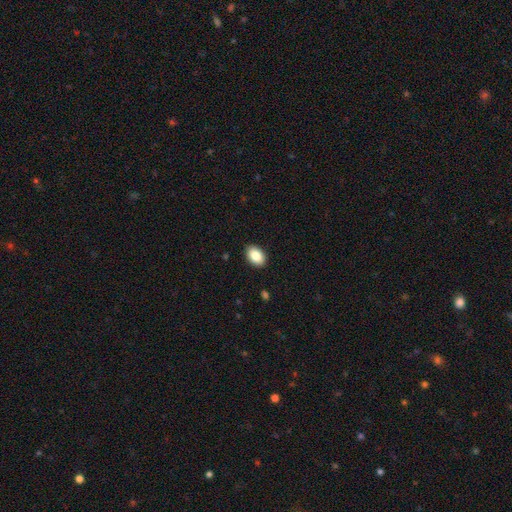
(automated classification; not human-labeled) smooth-or-featured: smooth: 87% | star or artifact: 7% | featured or disk: 6%
  how-rounded: in between: 86% | round: 13% | cigar-shaped: 1%
  merging: none: 90% | minor disturbance: 7% | major disturbance: 2% | merger: 1%